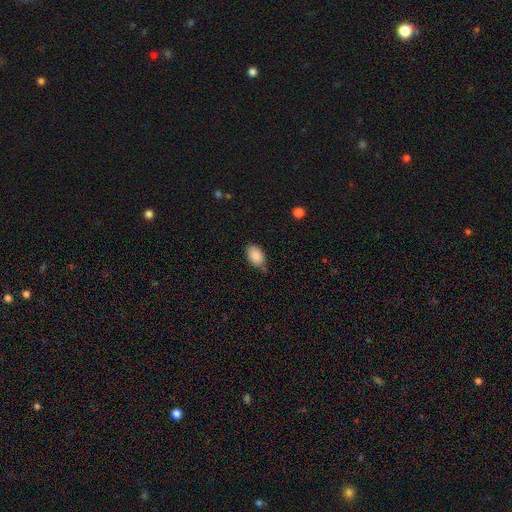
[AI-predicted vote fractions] Smooth or featured?
  - smooth: 87% *
  - star or artifact: 7%
  - featured or disk: 6%
How rounded?
  - in between: 90% *
  - round: 8%
  - cigar-shaped: 1%
Merging?
  - none: 70% *
  - minor disturbance: 24%
  - major disturbance: 4%
  - merger: 2%